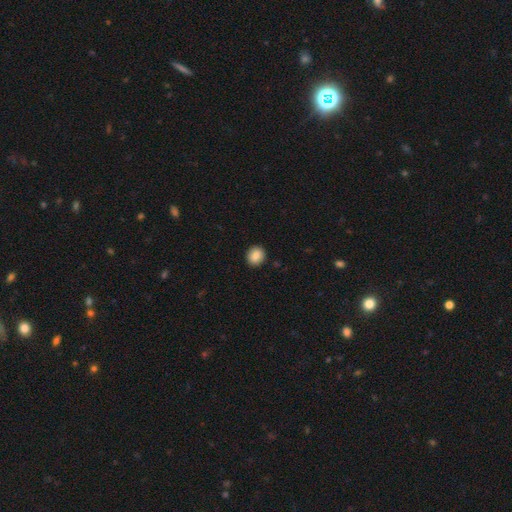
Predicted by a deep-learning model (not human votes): Smooth or featured? smooth (88%)
How rounded? round (80%)
Merging? none (91%)